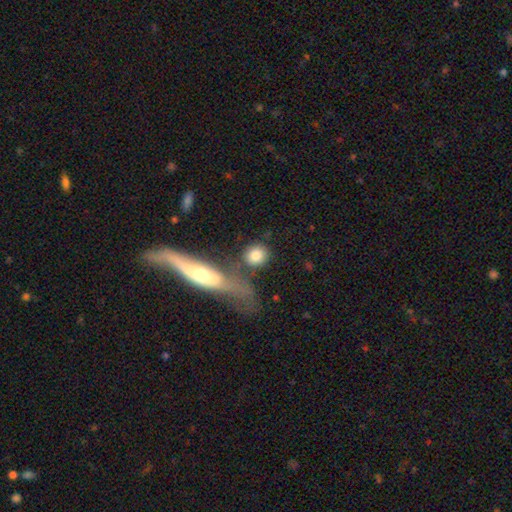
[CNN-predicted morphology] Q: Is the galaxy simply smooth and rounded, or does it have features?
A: smooth — 80%.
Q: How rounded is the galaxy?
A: round — 82%.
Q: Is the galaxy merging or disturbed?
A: none — 60%.